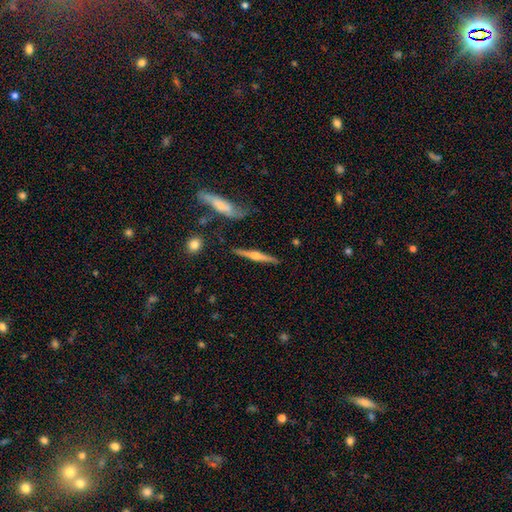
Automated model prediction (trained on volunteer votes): Morphology: type=featured or disk (73%); edge-on=yes (97%); edge-on bulge=rounded (86%); merging=none (85%).